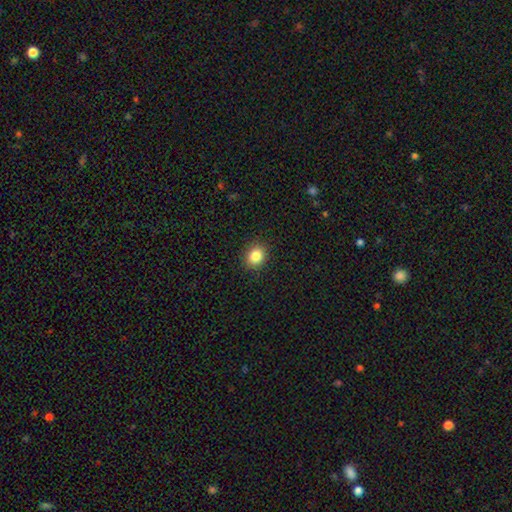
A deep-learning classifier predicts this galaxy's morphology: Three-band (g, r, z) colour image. It shows a smooth galaxy with no disk features (84%) that is round (67%). Merging: none (90%).